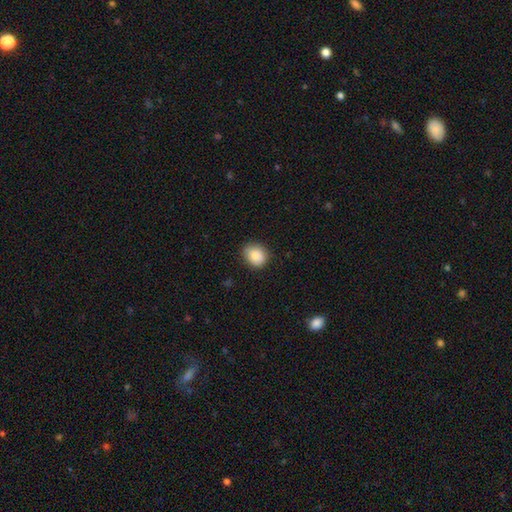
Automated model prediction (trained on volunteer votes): Q: Smooth or featured?
A: smooth (85%); runner-up: star or artifact (8%)
Q: How rounded?
A: round (66%); runner-up: in between (33%)
Q: Merging?
A: none (79%); runner-up: minor disturbance (17%)